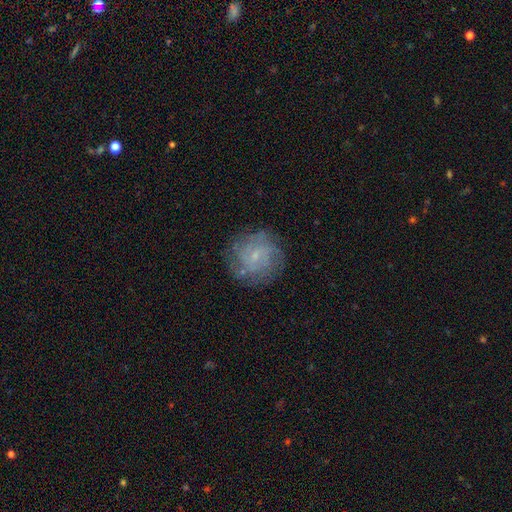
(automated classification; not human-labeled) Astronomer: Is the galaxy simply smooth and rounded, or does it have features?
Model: featured or disk — 63%.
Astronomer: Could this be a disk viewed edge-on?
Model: no — 98%.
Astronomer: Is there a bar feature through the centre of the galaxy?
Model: no — 60%.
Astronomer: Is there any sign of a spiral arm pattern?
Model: yes — 83%.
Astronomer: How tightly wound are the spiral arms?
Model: tight — 56% (runner-up: medium, 32%).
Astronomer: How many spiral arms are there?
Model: can't tell — 49%.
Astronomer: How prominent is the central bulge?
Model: small — 75%.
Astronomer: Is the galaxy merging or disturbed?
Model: none — 76%.